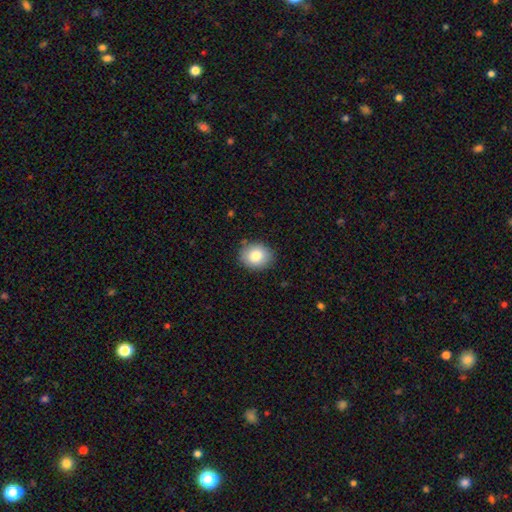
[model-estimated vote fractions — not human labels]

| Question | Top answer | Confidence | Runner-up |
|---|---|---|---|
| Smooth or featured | smooth | 84% | featured or disk (8%) |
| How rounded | round | 64% | in between (35%) |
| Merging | none | 86% | minor disturbance (11%) |